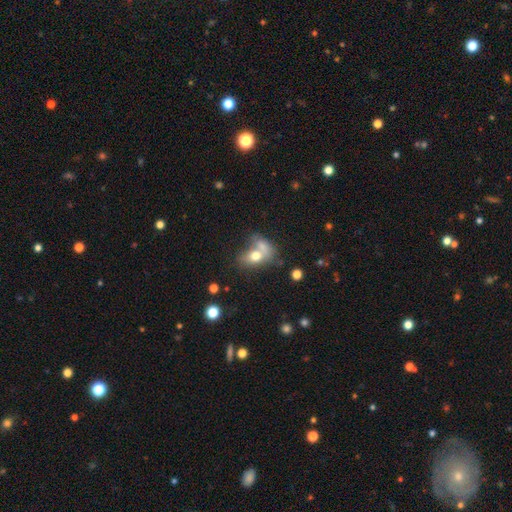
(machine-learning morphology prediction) Overall: smooth (69%). How rounded: in between (74%). Merging: merger (55%; none 24%).